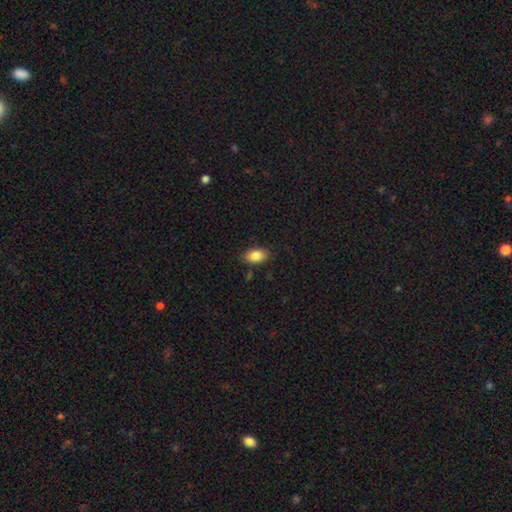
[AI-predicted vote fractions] Smooth or featured? smooth (85%)
How rounded? in between (88%)
Merging? none (81%)